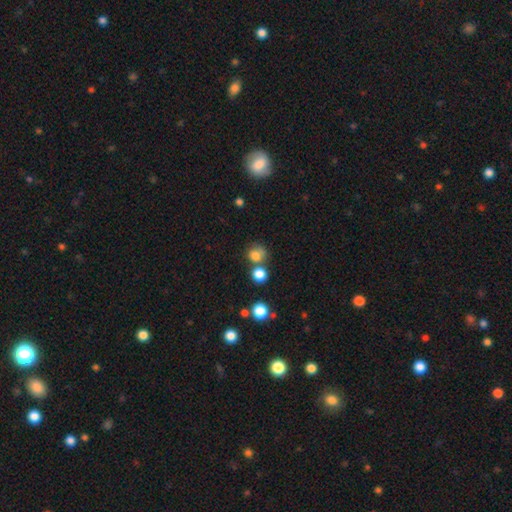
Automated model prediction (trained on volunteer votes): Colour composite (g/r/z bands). It shows a smooth galaxy with no disk features (78%) that is round (83%). Merging: none (56%).